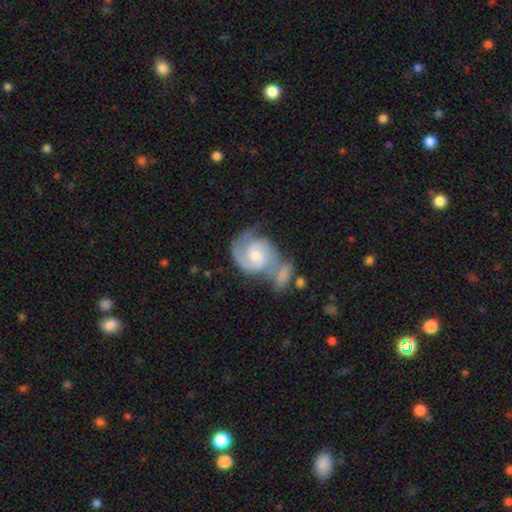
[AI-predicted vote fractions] smooth_or_featured: featured or disk (p=0.85) [alt: smooth p=0.11]
disk_edge_on: no (p=0.98) [alt: yes p=0.02]
bar: no (p=0.57) [alt: weak p=0.37]
has_spiral_arms: yes (p=0.97) [alt: no p=0.03]
spiral_winding: medium (p=0.45) [alt: tight p=0.44]
spiral_arm_count: 2 (p=0.80) [alt: can't tell p=0.07]
bulge_size: moderate (p=0.52) [alt: small p=0.38]
merging: merger (p=0.47) [alt: none p=0.29]